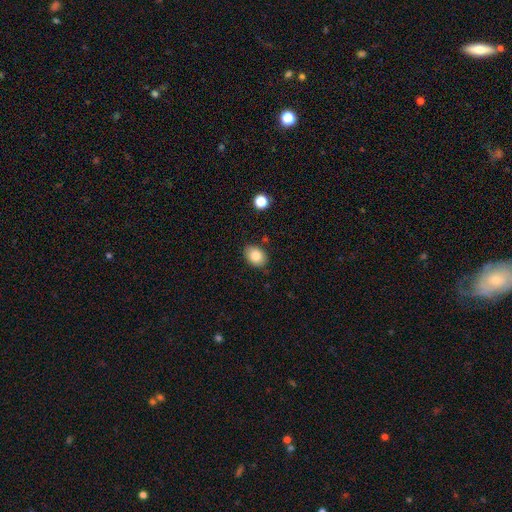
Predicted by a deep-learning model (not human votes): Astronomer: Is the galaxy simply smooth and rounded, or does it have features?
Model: smooth — 84%.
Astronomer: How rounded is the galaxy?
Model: in between — 73%.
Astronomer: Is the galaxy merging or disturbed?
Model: none — 83%.